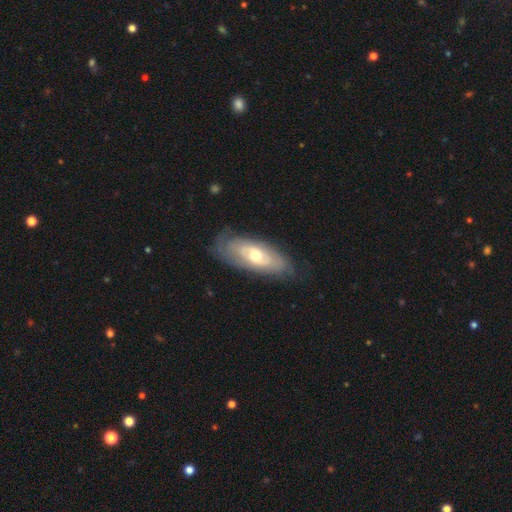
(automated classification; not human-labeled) smooth-or-featured: featured or disk: 66% | smooth: 29% | star or artifact: 5%
  disk-edge-on: no: 85% | yes: 15%
    bar: no: 68% | weak: 25% | strong: 7%
    has-spiral-arms: yes: 64% | no: 36%
    bulge-size: moderate: 70% | small: 22% | large: 7% | dominant: 1% | none: 1%
  merging: none: 74% | minor disturbance: 18% | major disturbance: 6% | merger: 1%